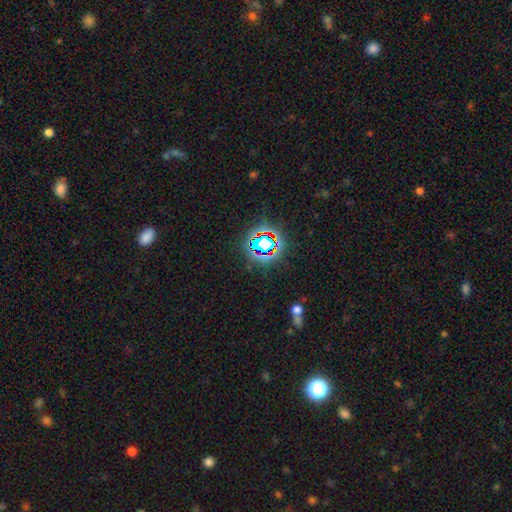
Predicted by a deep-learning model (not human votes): Smooth or featured? Predicted: star or artifact (p=0.77).